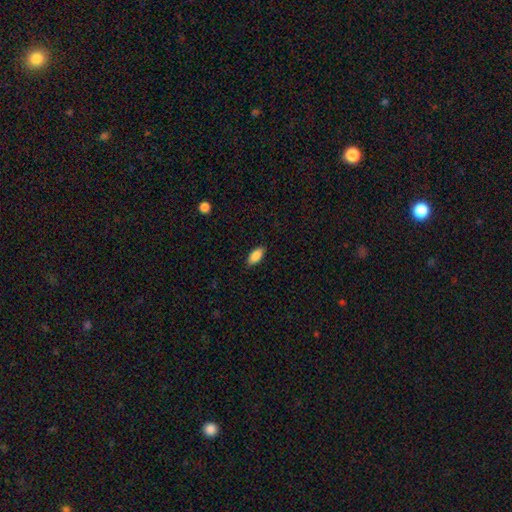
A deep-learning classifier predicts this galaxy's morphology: smooth 88%, star or artifact 7%, featured or disk 5%. Down the decision tree: how rounded — in between (90%); merging — none (87%).